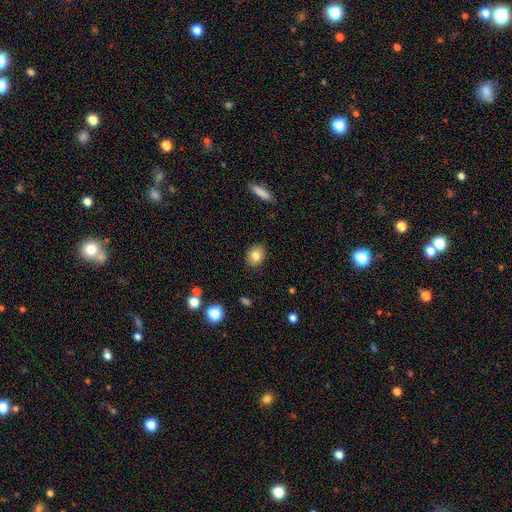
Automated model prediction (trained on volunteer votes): A smooth galaxy with no disk features (81%) that is in between round and cigar-shaped (54%). Merging: none (87%).